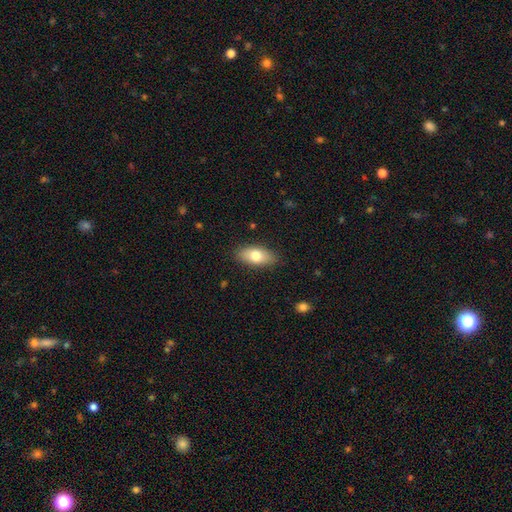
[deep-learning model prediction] smooth 75%, featured or disk 18%, star or artifact 7%. Down the decision tree: how rounded — in between (86%); merging — none (86%).